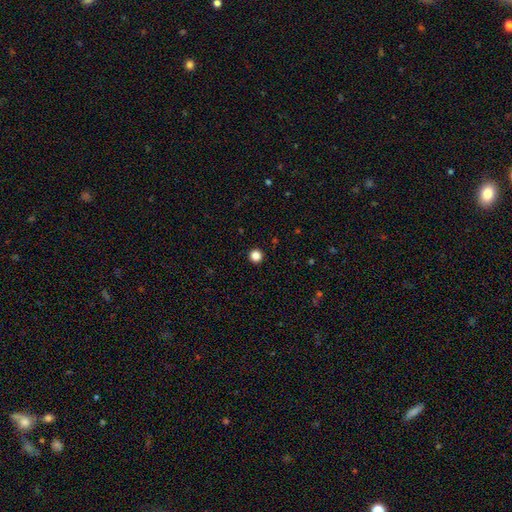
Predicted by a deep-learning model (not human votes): smooth 85%, star or artifact 12%, featured or disk 3%. Down the decision tree: how rounded — round (96%); merging — none (94%).